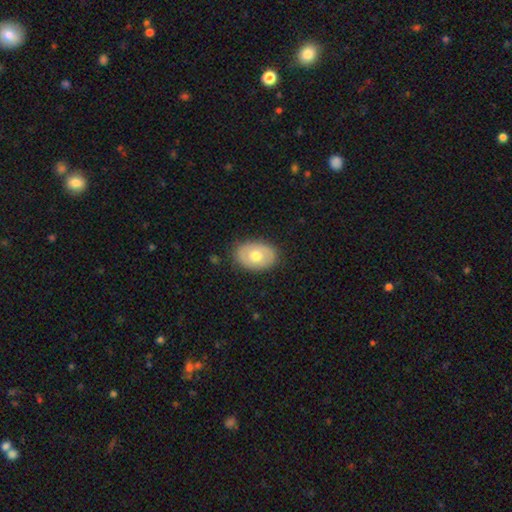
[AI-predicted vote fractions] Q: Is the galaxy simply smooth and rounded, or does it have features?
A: smooth — 59%.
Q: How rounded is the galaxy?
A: in between — 80%.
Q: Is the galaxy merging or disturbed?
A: none — 85%.